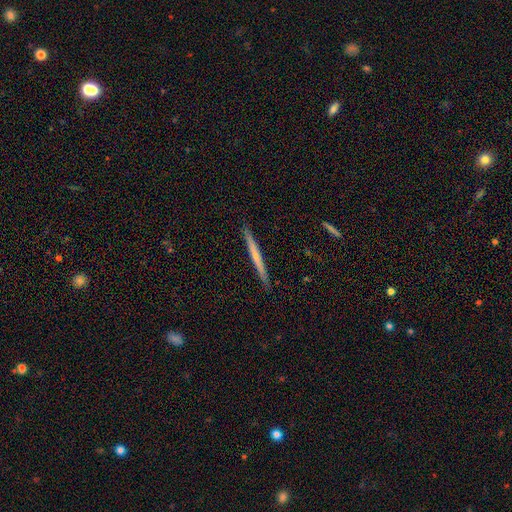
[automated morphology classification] Overall: smooth (48%; featured or disk 46%). Merging: none (91%).